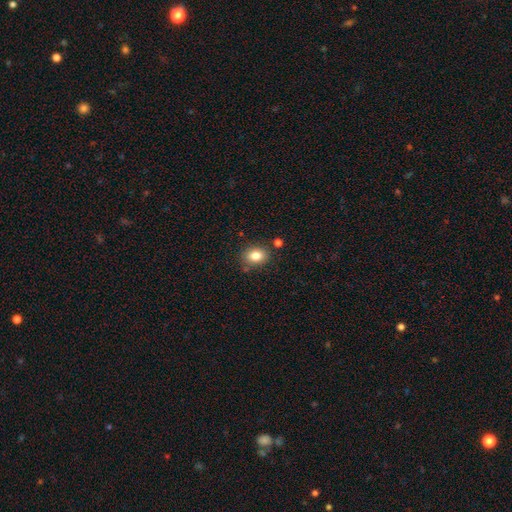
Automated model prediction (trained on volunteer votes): Smooth or featured?
  - smooth: 83% *
  - star or artifact: 10%
  - featured or disk: 7%
How rounded?
  - in between: 58% *
  - round: 41%
  - cigar-shaped: 1%
Merging?
  - none: 81% *
  - minor disturbance: 11%
  - merger: 5%
  - major disturbance: 3%